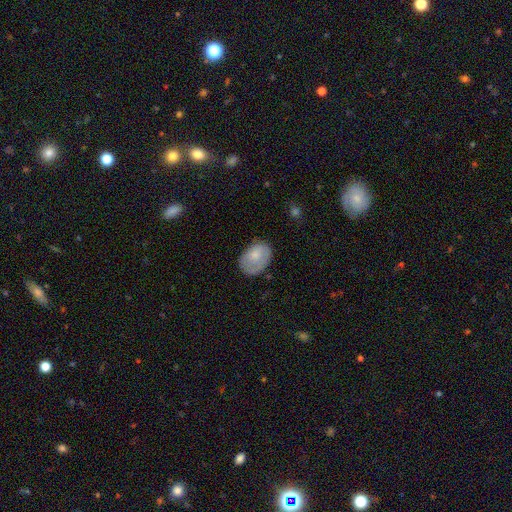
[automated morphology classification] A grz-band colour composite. It shows a smooth galaxy with no disk features (72%) that is in between round and cigar-shaped (79%). Merging: none (61%).